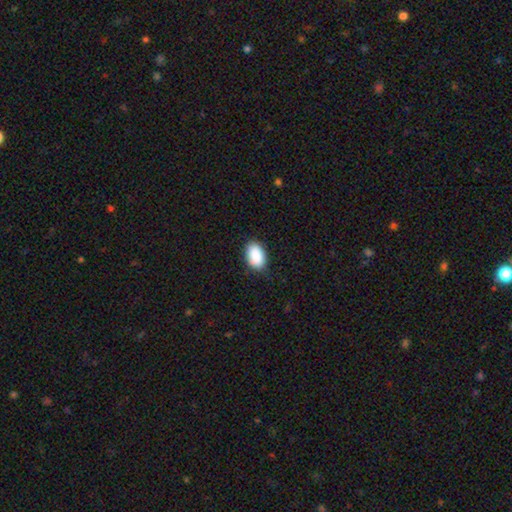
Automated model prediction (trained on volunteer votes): smooth 90%, star or artifact 7%, featured or disk 4%. Down the decision tree: how rounded — in between (91%); merging — none (80%).